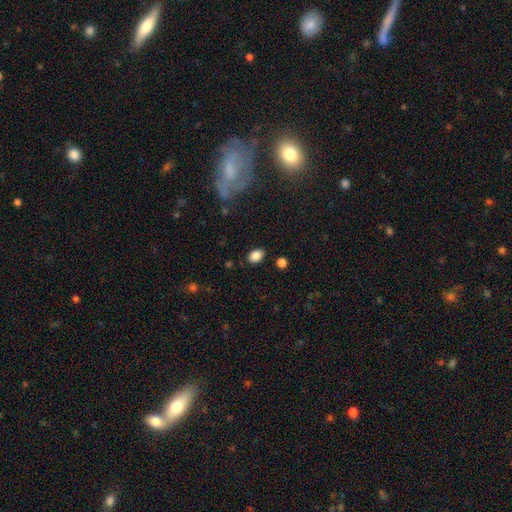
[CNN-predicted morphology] smooth_or_featured: smooth (p=0.86) [alt: star or artifact p=0.10]
how_rounded: in between (p=0.73) [alt: round p=0.26]
merging: none (p=0.85) [alt: minor disturbance p=0.10]